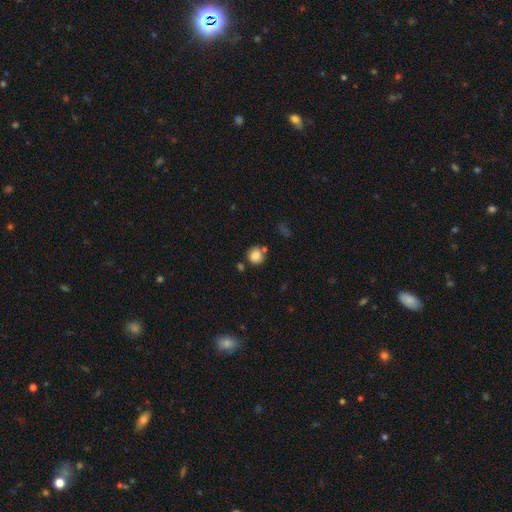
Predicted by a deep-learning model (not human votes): Overall: smooth (84%). How rounded: round (90%). Merging: none (71%).